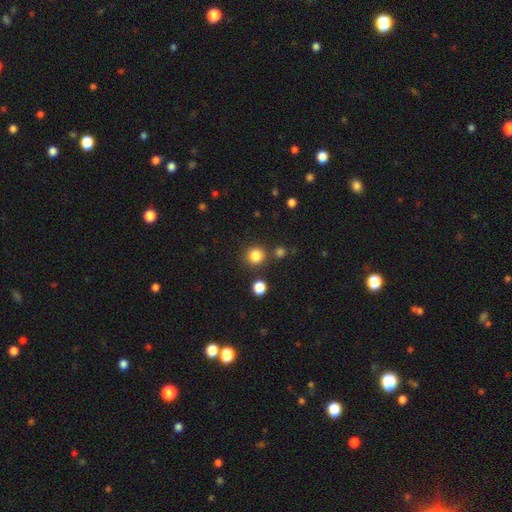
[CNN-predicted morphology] This appears to be a smooth galaxy with no disk features (83%) that is round (91%). Merging: none (83%).